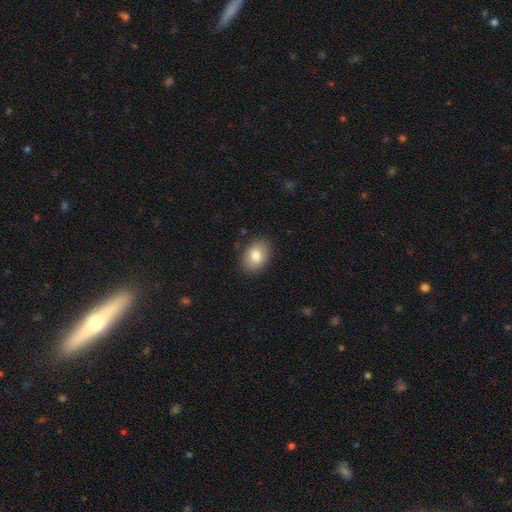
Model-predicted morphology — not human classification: Smooth or featured?
  - smooth: 82% *
  - featured or disk: 11%
  - star or artifact: 8%
How rounded?
  - in between: 77% *
  - round: 22%
  - cigar-shaped: 1%
Merging?
  - none: 87% *
  - minor disturbance: 10%
  - major disturbance: 2%
  - merger: 1%